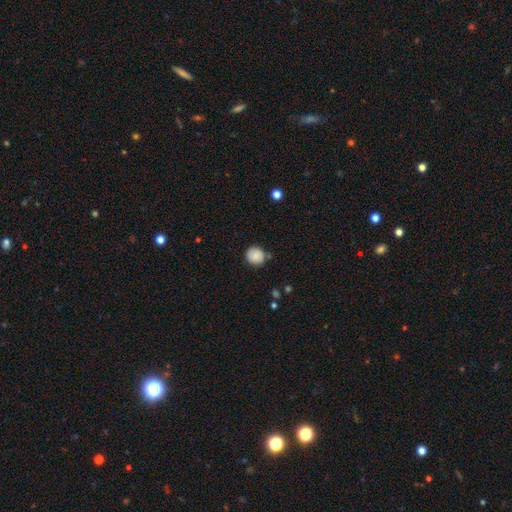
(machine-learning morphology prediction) smooth-or-featured: smooth: 86% | star or artifact: 8% | featured or disk: 6%
  how-rounded: round: 87% | in between: 12% | cigar-shaped: 1%
  merging: none: 79% | minor disturbance: 14% | merger: 4% | major disturbance: 3%